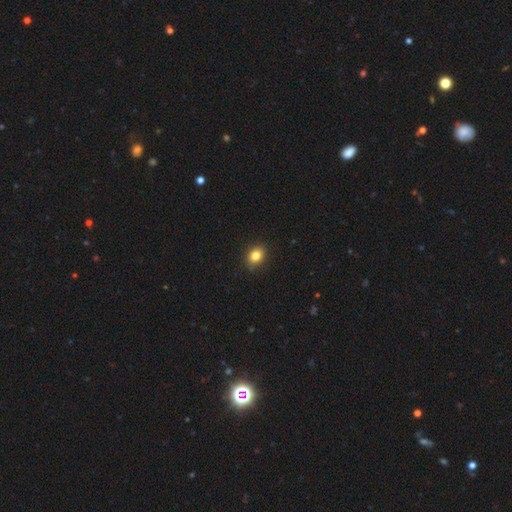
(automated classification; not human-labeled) smooth_or_featured: smooth (p=0.83) [alt: star or artifact p=0.11]
how_rounded: round (p=0.53) [alt: in between p=0.46]
merging: none (p=0.89) [alt: minor disturbance p=0.08]